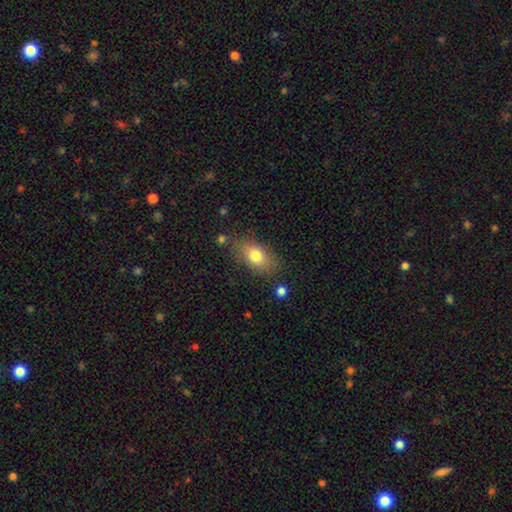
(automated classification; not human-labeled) smooth 78%, featured or disk 14%, star or artifact 9%. Down the decision tree: how rounded — in between (84%); merging — none (74%).